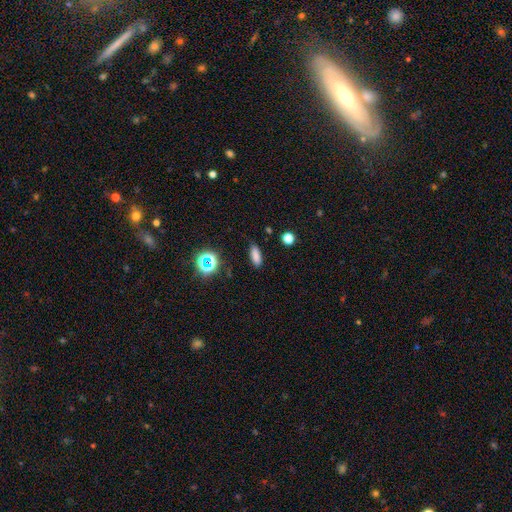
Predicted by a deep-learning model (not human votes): A smooth galaxy with no disk features (79%) that is in between round and cigar-shaped (65%).

Vote fractions:
- Smooth or featured? smooth: 79% / star or artifact: 15% / featured or disk: 6%
- How rounded? in between: 65% / cigar-shaped: 30% / round: 5%
- Merging? none: 84% / minor disturbance: 11% / major disturbance: 3% / merger: 2%